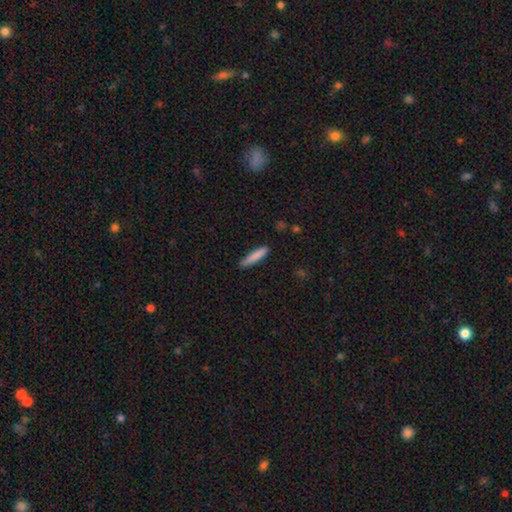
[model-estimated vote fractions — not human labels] A smooth galaxy with no disk features (84%) that is cigar-shaped (88%). Merging: none (86%).